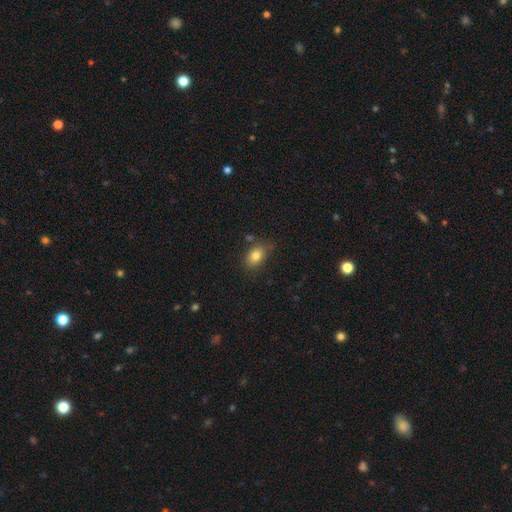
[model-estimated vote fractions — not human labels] Smooth or featured?
  - smooth: 80% *
  - star or artifact: 10%
  - featured or disk: 10%
How rounded?
  - in between: 76% *
  - round: 22%
  - cigar-shaped: 2%
Merging?
  - none: 70% *
  - minor disturbance: 20%
  - merger: 5%
  - major disturbance: 5%